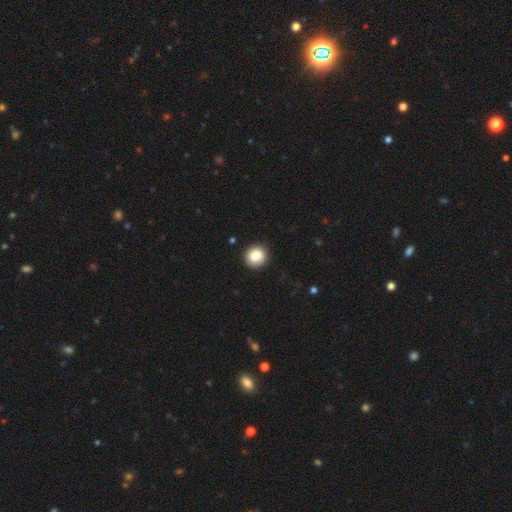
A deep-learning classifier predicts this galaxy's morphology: This is clearly a smooth galaxy (87%). How rounded: clearly round (87%). Merging: clearly none (86%).